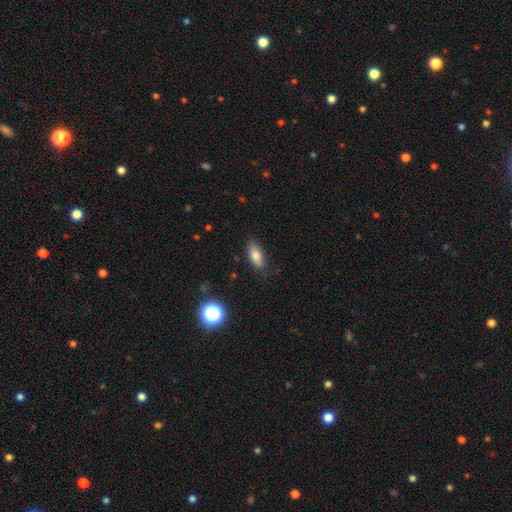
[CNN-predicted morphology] Smooth or featured?
  - smooth: 78% *
  - featured or disk: 13%
  - star or artifact: 9%
How rounded?
  - in between: 78% *
  - cigar-shaped: 18%
  - round: 4%
Merging?
  - none: 79% *
  - minor disturbance: 16%
  - major disturbance: 4%
  - merger: 2%